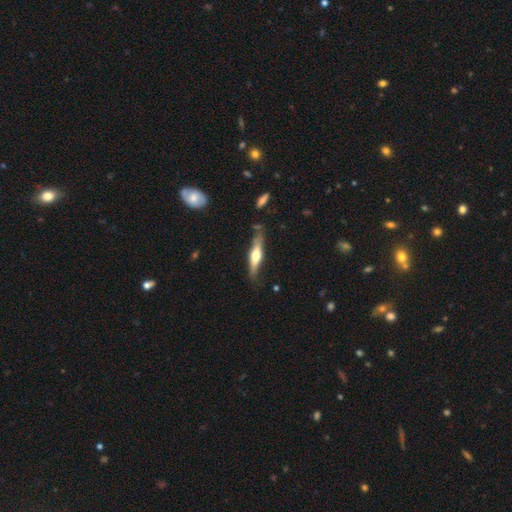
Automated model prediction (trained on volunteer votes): This appears to be a featured or disk galaxy (54%) viewed edge-on (90%). Merging: none (74%).